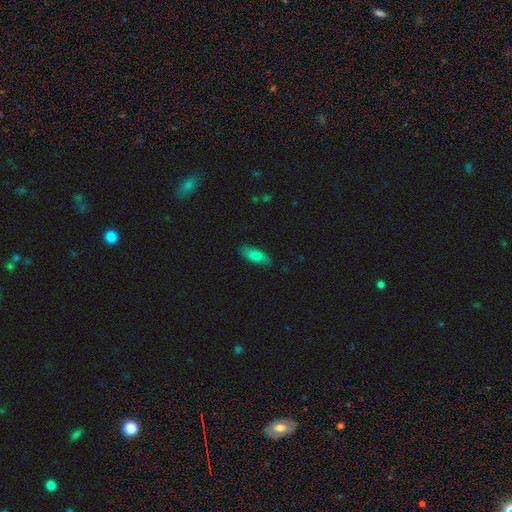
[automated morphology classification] A smooth galaxy with no disk features (81%) that is in between round and cigar-shaped (72%).

Vote fractions:
- Smooth or featured? smooth: 81% / featured or disk: 13% / star or artifact: 7%
- How rounded? in between: 72% / cigar-shaped: 25% / round: 2%
- Merging? none: 83% / minor disturbance: 14% / major disturbance: 2% / merger: 1%